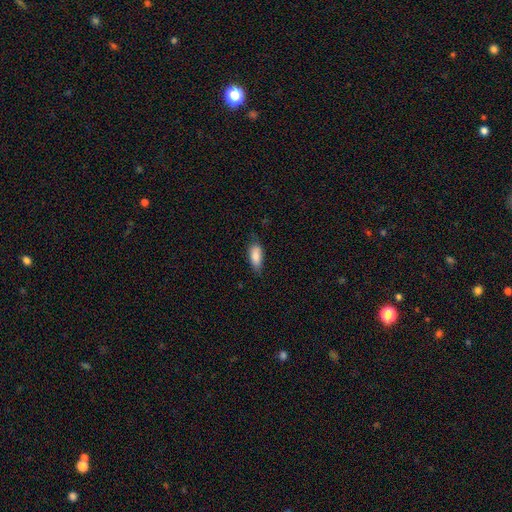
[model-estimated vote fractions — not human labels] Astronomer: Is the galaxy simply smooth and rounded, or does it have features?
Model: smooth — 84%.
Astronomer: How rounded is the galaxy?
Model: in between — 82%.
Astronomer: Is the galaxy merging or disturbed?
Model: none — 70%.